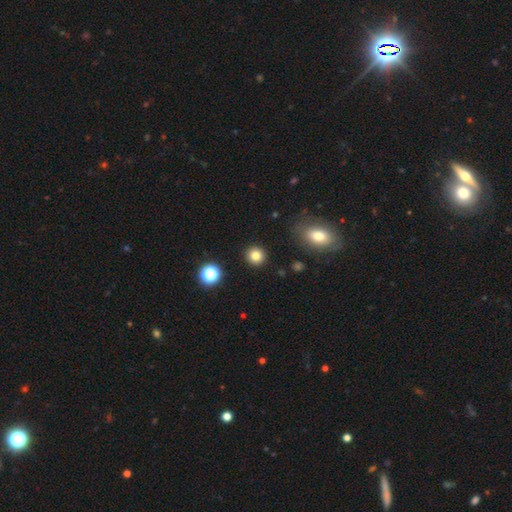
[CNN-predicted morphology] The model was most divided on "smooth or featured": smooth: 82%, star or artifact: 12%, featured or disk: 6%. More confident: how rounded — round (92%); merging — none (91%).